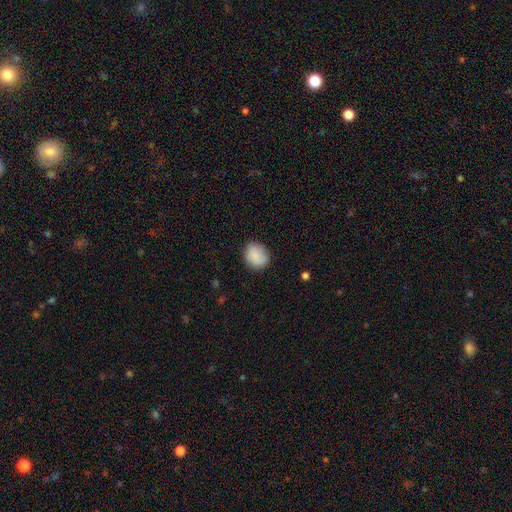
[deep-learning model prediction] smooth_or_featured: smooth (p=0.87) [alt: star or artifact p=0.08]
how_rounded: round (p=0.65) [alt: in between p=0.34]
merging: none (p=0.80) [alt: minor disturbance p=0.15]